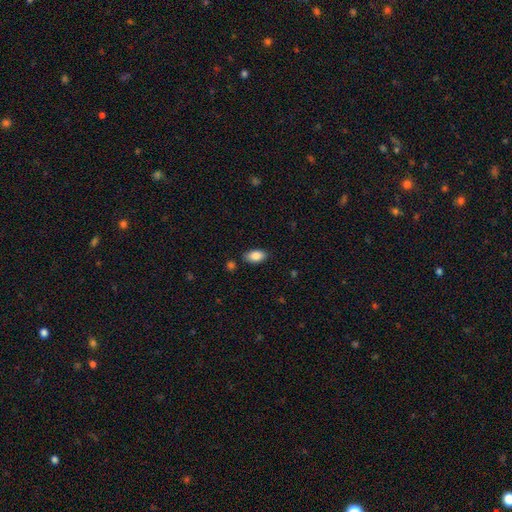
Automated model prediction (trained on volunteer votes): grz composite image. It shows a smooth galaxy with no disk features (87%) that is in between round and cigar-shaped (93%). Merging: none (84%).